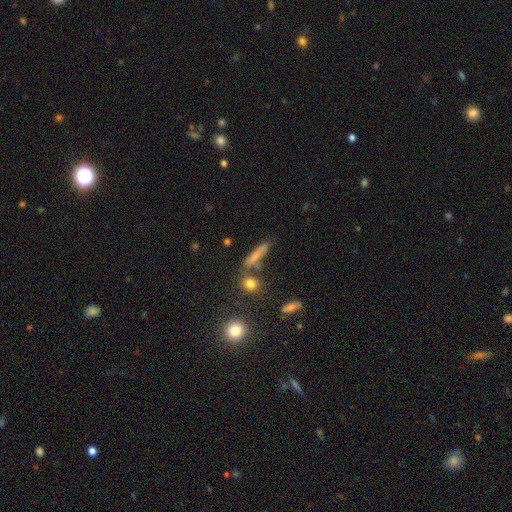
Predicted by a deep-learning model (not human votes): This is likely a smooth galaxy (71%). How rounded: likely cigar-shaped (73%). Merging: likely none (64%).